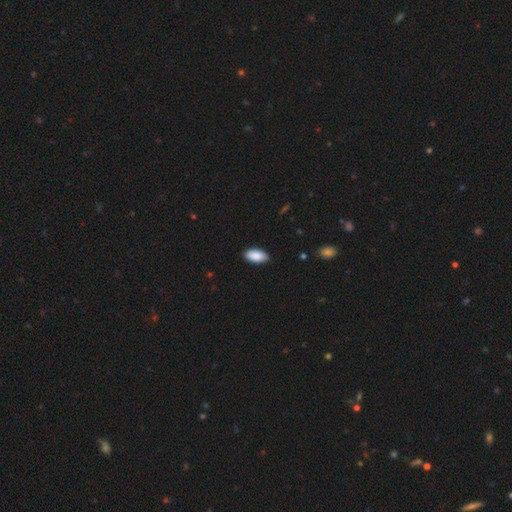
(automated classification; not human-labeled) A smooth galaxy with no disk features (90%) that is in between round and cigar-shaped (94%). Merging: none (88%).